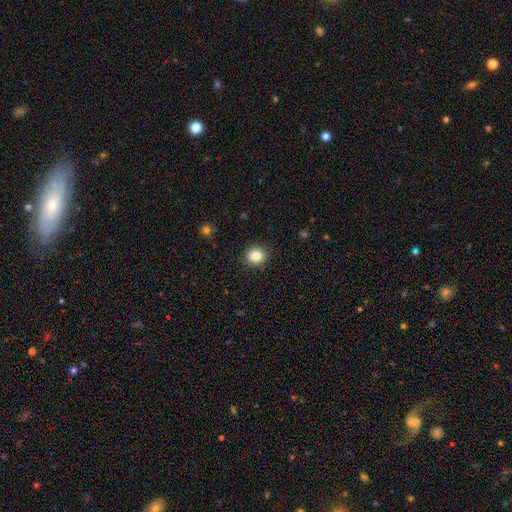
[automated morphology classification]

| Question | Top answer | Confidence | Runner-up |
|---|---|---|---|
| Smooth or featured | smooth | 83% | star or artifact (11%) |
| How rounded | round | 85% | in between (15%) |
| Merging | none | 90% | minor disturbance (7%) |